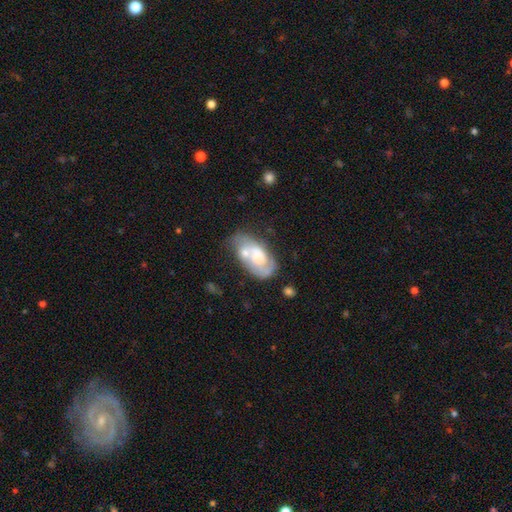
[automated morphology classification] type=featured or disk (58%); edge-on=no (96%); bar=no (75%); spiral arms=yes (62%); bulge=moderate (41%); merging=merger (34%).